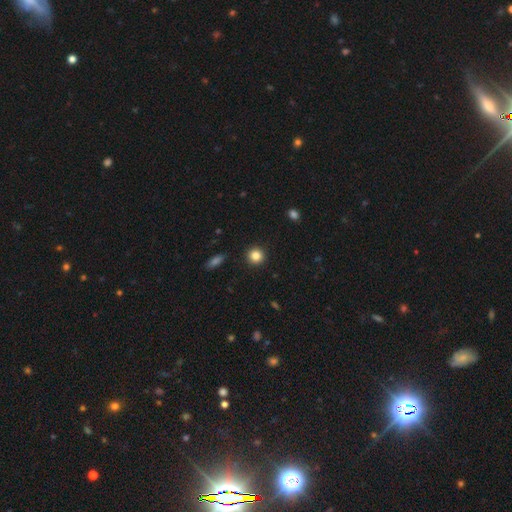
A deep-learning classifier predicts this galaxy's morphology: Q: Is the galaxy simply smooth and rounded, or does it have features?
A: smooth — 84%.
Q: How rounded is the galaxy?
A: round — 93%.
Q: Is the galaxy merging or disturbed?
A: none — 93%.